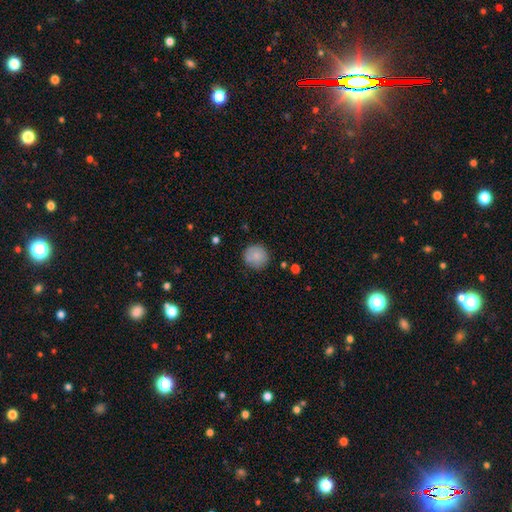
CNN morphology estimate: smooth_or_featured: smooth (p=0.81) [alt: featured or disk p=0.11]
how_rounded: round (p=0.91) [alt: in between p=0.08]
merging: none (p=0.80) [alt: minor disturbance p=0.14]